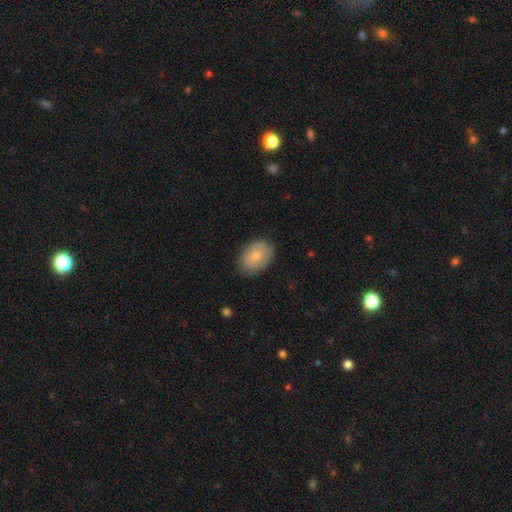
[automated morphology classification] type=smooth (71%); roundness=in between (79%); merging=none (79%).